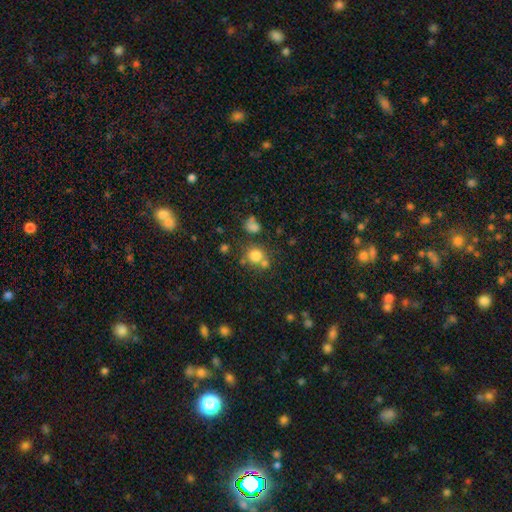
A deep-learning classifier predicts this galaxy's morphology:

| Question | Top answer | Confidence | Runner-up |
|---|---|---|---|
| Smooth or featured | smooth | 77% | star or artifact (14%) |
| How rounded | round | 83% | in between (16%) |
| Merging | none | 59% | merger (25%) |